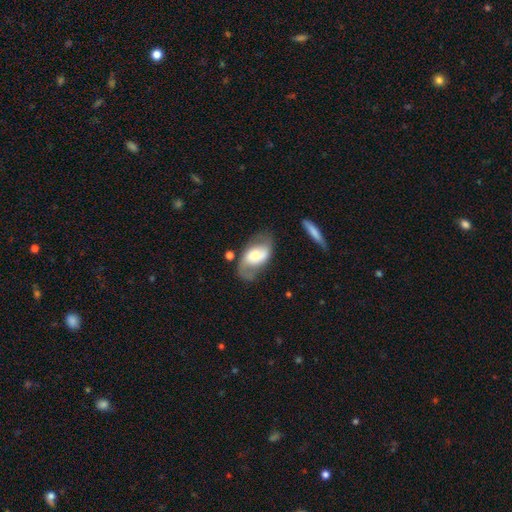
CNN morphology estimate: Q: Smooth or featured?
A: featured or disk (60%); runner-up: smooth (34%)
Q: Edge-on disk?
A: no (94%); runner-up: yes (6%)
Q: Bar?
A: no (52%); runner-up: weak (32%)
Q: Spiral arms?
A: yes (81%); runner-up: no (19%)
Q: Bulge size?
A: moderate (44%); runner-up: small (29%)
Q: Merging?
A: none (58%); runner-up: minor disturbance (22%)